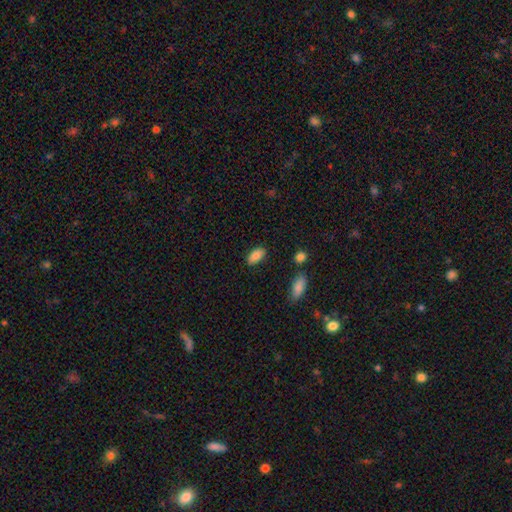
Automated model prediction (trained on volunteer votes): Smooth or featured? smooth (83%)
How rounded? in between (91%)
Merging? none (85%)